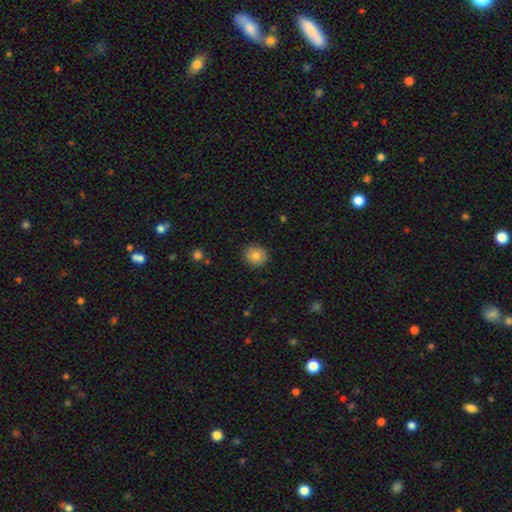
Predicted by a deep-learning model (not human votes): This is clearly a smooth galaxy (81%). How rounded: clearly round (88%). Merging: clearly none (90%).